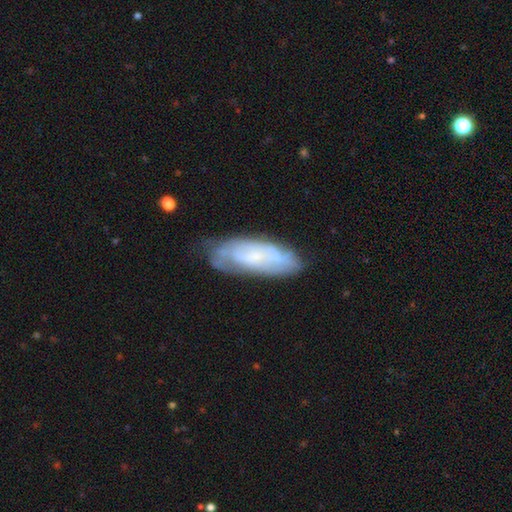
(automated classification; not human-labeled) Smooth or featured? Predicted: featured or disk (p=0.56). Edge-on disk? Predicted: no (p=0.85). Merging? Predicted: none (p=0.62).